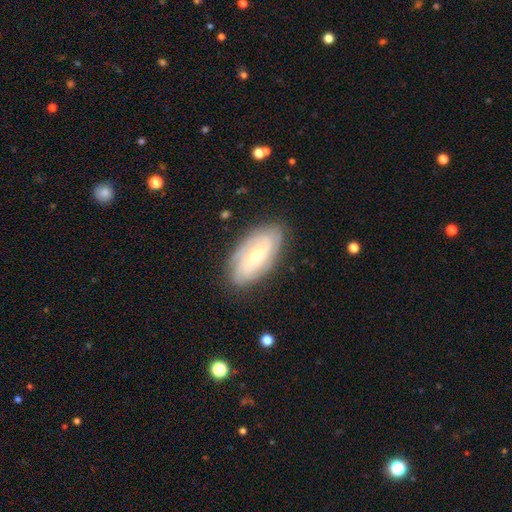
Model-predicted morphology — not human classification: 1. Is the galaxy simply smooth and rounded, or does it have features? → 71% featured or disk, 23% smooth, 6% star or artifact.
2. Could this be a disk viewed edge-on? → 92% no, 8% yes.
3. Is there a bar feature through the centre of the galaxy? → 64% no, 28% weak, 8% strong.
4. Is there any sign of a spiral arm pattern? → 89% yes, 11% no.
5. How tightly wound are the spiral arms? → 61% tight, 29% medium, 10% loose.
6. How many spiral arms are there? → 39% can't tell, 27% 2, 18% 3, 9% 4, 4% 1, 4% more than 4.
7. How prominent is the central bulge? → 56% small, 41% moderate, 2% large, 1% none, 1% dominant.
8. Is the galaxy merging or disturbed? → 81% none, 14% minor disturbance, 4% major disturbance, 1% merger.